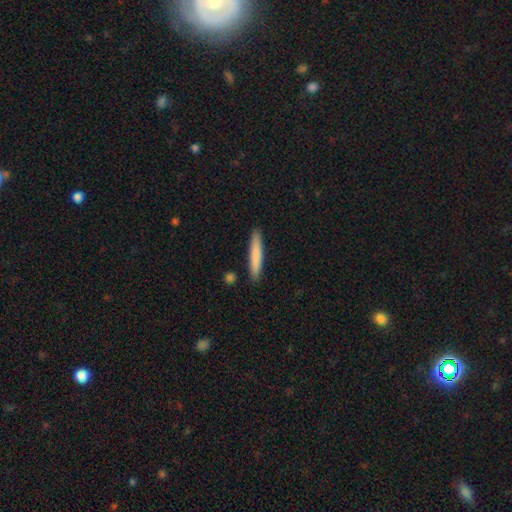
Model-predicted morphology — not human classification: The model was most divided on "smooth or featured": smooth: 79%, featured or disk: 16%, star or artifact: 5%. More confident: how rounded — cigar-shaped (94%); merging — none (90%).